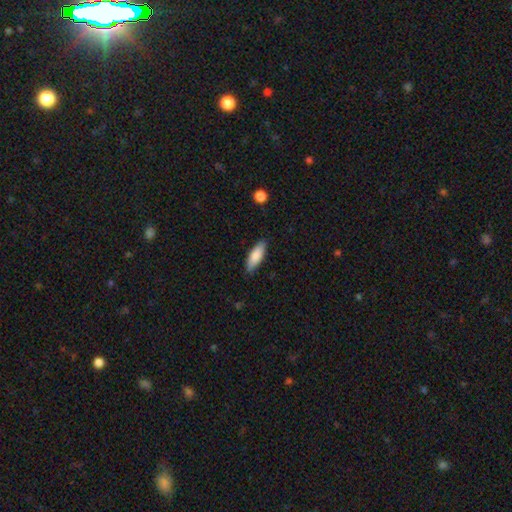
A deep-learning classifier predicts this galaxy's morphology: The model was most divided on "how rounded": in between: 62%, cigar-shaped: 36%, round: 2%. More confident: merging — none (86%); smooth or featured — smooth (83%).